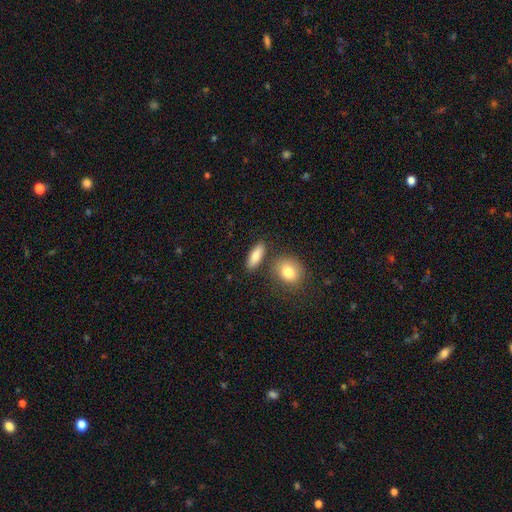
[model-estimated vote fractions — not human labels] Q: Smooth or featured?
A: smooth (82%); runner-up: featured or disk (11%)
Q: How rounded?
A: in between (67%); runner-up: cigar-shaped (25%)
Q: Merging?
A: none (77%); runner-up: minor disturbance (10%)